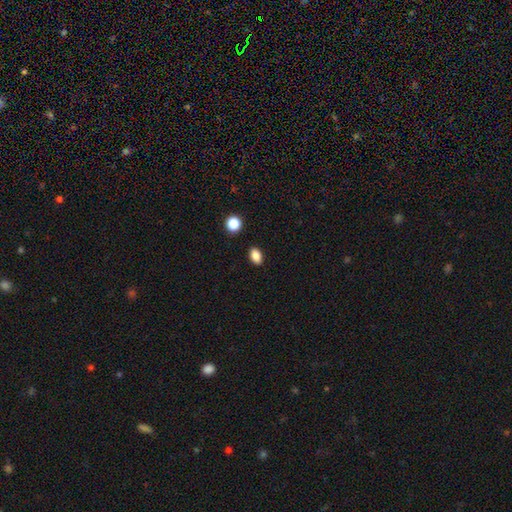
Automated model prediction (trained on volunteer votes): smooth-or-featured: smooth: 86% | star or artifact: 10% | featured or disk: 4%
  how-rounded: in between: 85% | round: 14% | cigar-shaped: 2%
  merging: none: 89% | minor disturbance: 8% | major disturbance: 2% | merger: 2%